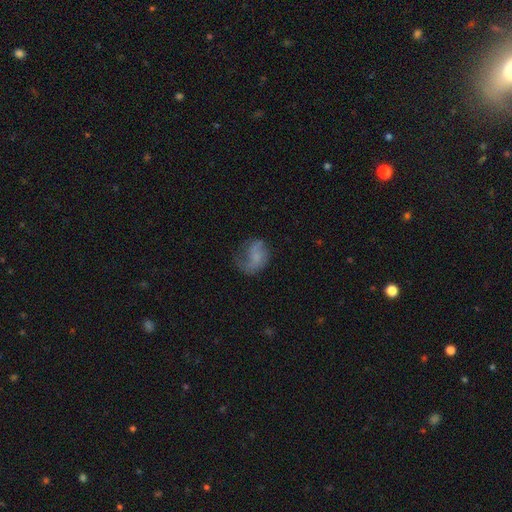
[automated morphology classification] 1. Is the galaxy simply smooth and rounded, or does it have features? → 48% featured or disk, 42% smooth, 11% star or artifact.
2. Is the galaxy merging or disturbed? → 38% none, 34% major disturbance, 25% minor disturbance, 3% merger.